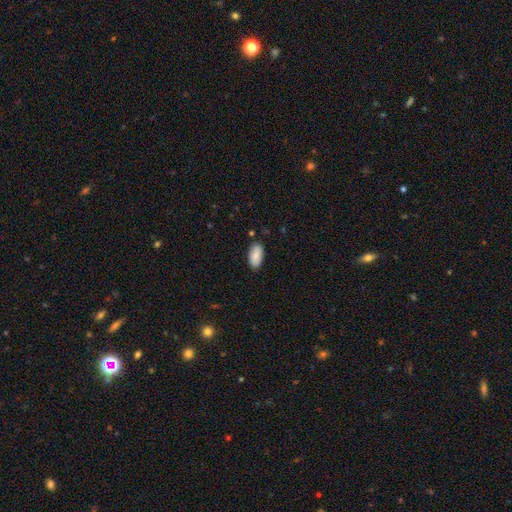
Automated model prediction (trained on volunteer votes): Overall: smooth (86%). How rounded: in between (93%). Merging: none (84%).